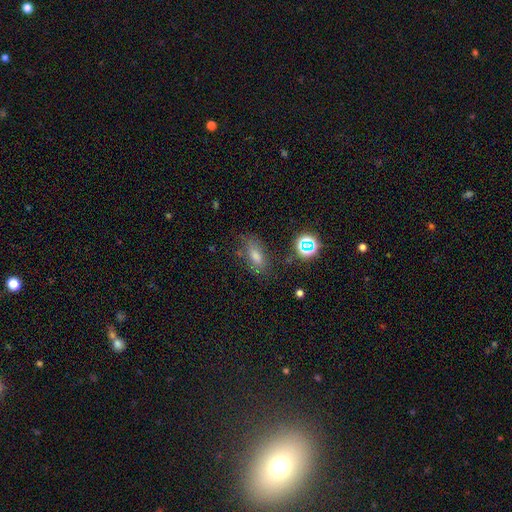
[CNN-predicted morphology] A smooth galaxy with no disk features (60%) that is in between round and cigar-shaped (76%). Merging: none (71%).